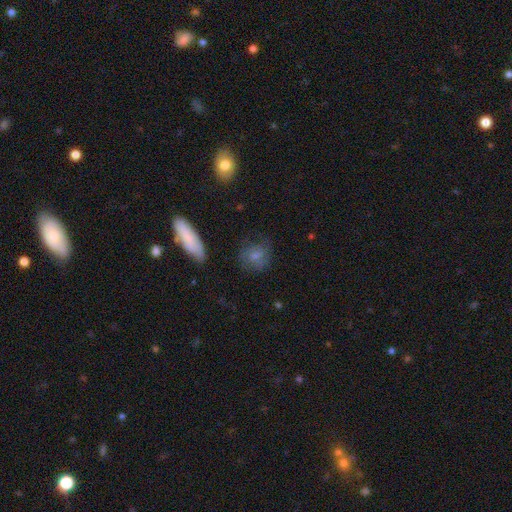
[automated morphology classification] Smooth or featured: smooth — 59% (featured or disk — 30%)
How rounded: round — 56% (in between — 41%)
Merging: none — 61% (minor disturbance — 22%)